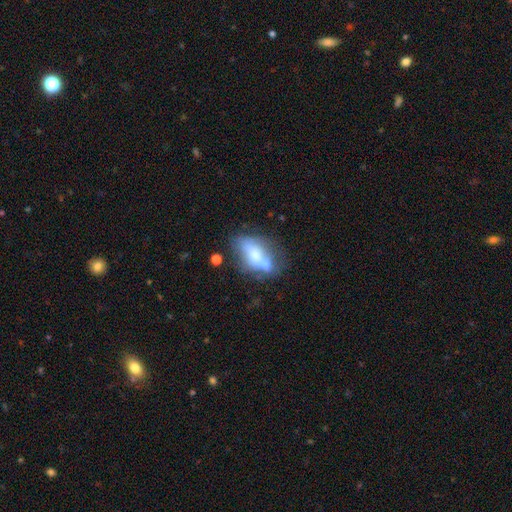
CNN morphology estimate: A smooth galaxy with no disk features (50%).

Vote fractions:
- Smooth or featured? smooth: 50% / featured or disk: 42% / star or artifact: 9%
- Merging? none: 35% / merger: 30% / minor disturbance: 21% / major disturbance: 14%